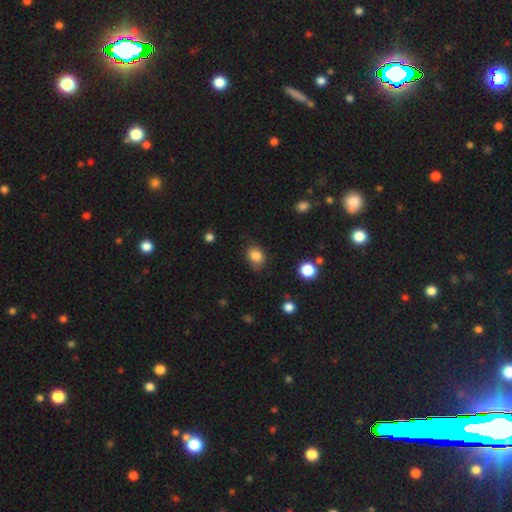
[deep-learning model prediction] Q: Smooth or featured?
A: smooth (83%); runner-up: star or artifact (10%)
Q: How rounded?
A: in between (61%); runner-up: round (38%)
Q: Merging?
A: none (72%); runner-up: minor disturbance (21%)